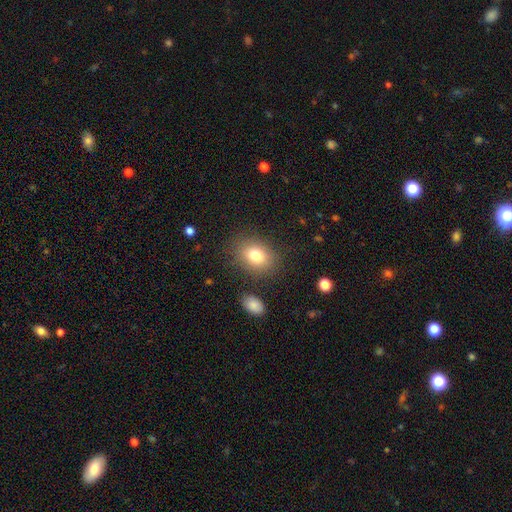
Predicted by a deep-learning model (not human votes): smooth 79%, featured or disk 11%, star or artifact 11%. Down the decision tree: how rounded — in between (63%); merging — none (83%).